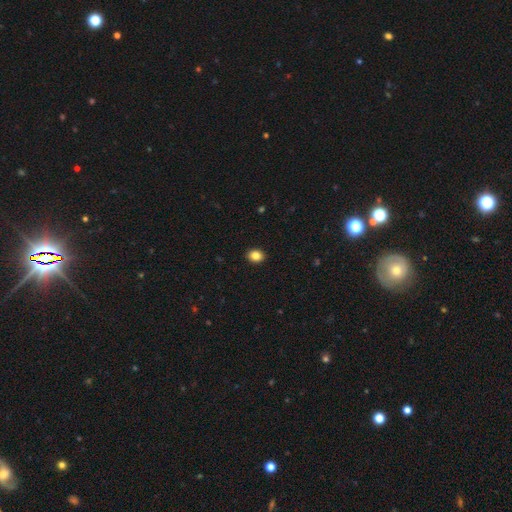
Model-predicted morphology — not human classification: This appears to be a smooth galaxy with no disk features (85%) that is round (50%). Merging: none (92%).